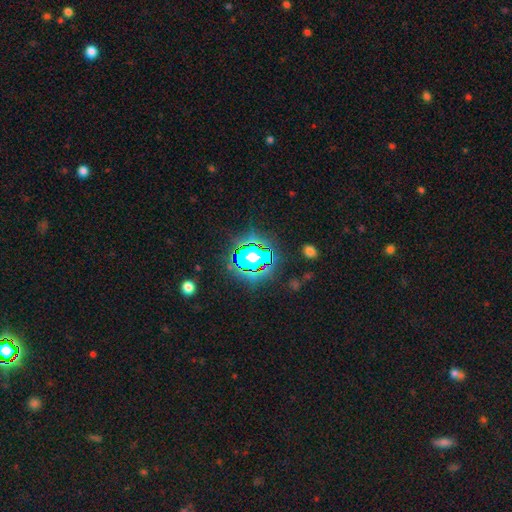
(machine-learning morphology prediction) Q: Smooth or featured?
A: star or artifact (80%); runner-up: smooth (13%)